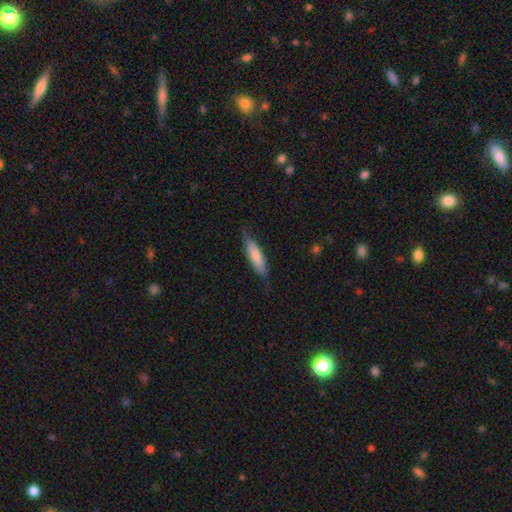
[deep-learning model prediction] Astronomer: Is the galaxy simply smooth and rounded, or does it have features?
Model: smooth — 73%.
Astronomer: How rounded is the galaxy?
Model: cigar-shaped — 61% (runner-up: in between, 37%).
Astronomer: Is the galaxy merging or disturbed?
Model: none — 73%.